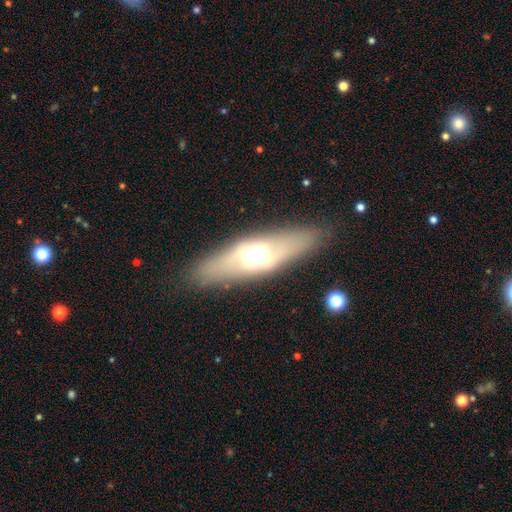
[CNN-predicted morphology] Q: Smooth or featured?
A: featured or disk (49%); runner-up: smooth (43%)
Q: Merging?
A: none (86%); runner-up: minor disturbance (9%)